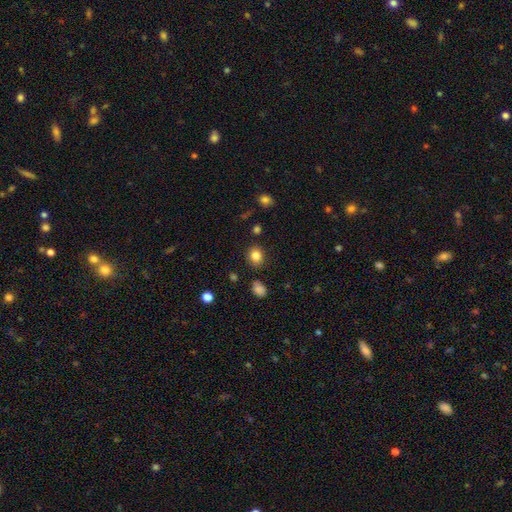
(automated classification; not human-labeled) Smooth or featured? smooth (84%)
How rounded? round (64%)
Merging? none (83%)